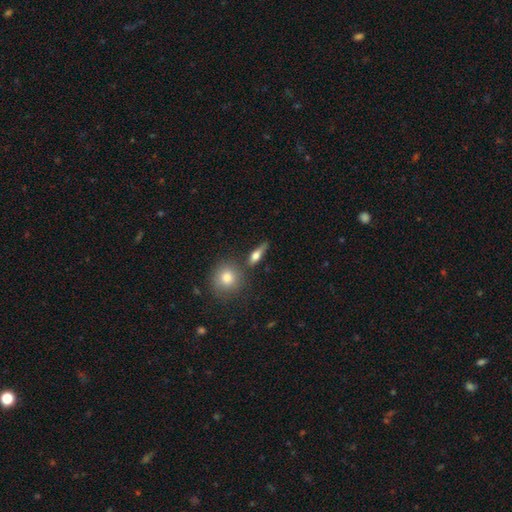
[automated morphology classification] smooth 62%, featured or disk 29%, star or artifact 9%. Down the decision tree: how rounded — in between (44%); merging — none (70%).